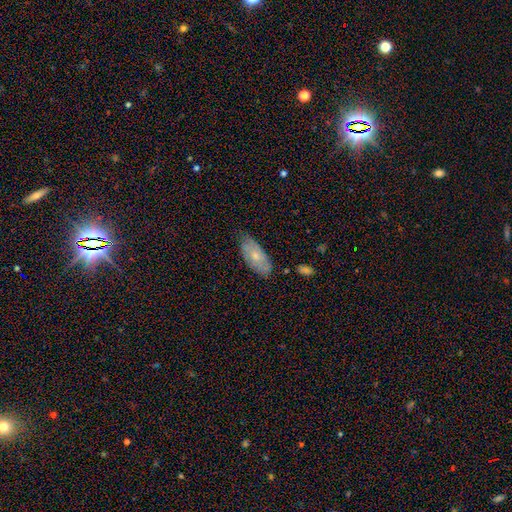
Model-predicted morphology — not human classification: smooth_or_featured: smooth (p=0.56) [alt: featured or disk p=0.37]
how_rounded: in between (p=0.87) [alt: cigar-shaped p=0.10]
merging: none (p=0.66) [alt: minor disturbance p=0.28]